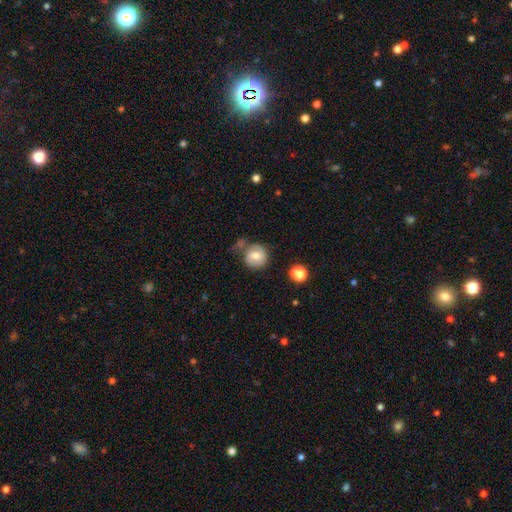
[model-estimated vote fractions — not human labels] The model was most divided on "smooth or featured": smooth: 59%, featured or disk: 32%, star or artifact: 9%. More confident: how rounded — round (88%); merging — none (57%).